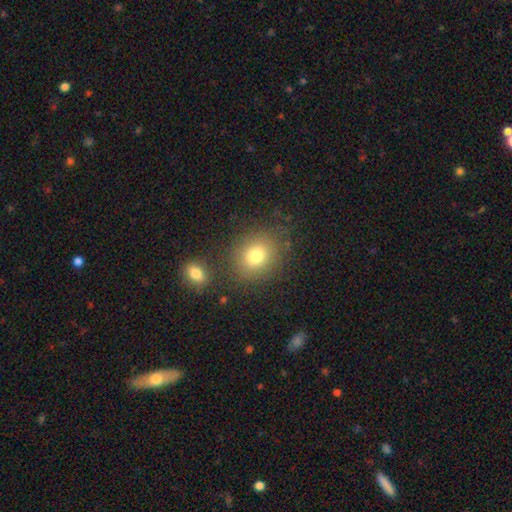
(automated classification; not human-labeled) Overall: smooth (78%). How rounded: round (66%; in between 33%). Merging: none (78%).